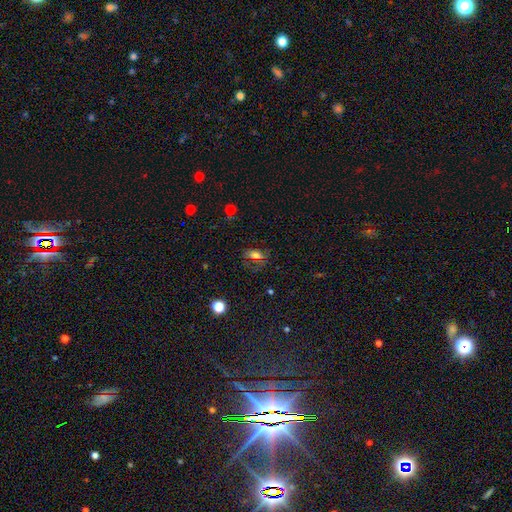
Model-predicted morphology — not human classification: Q: Smooth or featured?
A: smooth (51%); runner-up: star or artifact (32%)
Q: How rounded?
A: in between (65%); runner-up: round (30%)
Q: Merging?
A: none (64%); runner-up: minor disturbance (19%)